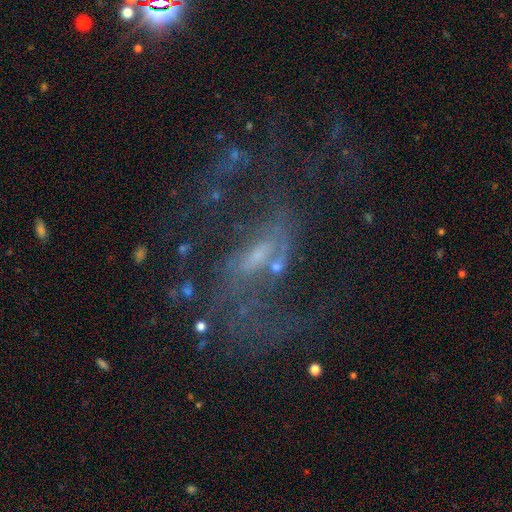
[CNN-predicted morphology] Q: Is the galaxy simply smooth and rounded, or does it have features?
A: featured or disk — 77%.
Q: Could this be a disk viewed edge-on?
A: no — 95%.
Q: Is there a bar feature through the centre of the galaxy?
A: weak — 50%.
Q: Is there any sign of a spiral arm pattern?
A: yes — 79%.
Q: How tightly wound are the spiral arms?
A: loose — 63%.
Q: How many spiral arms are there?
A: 2 — 68%.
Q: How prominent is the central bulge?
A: small — 53%.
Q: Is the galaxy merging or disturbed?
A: none — 43%.